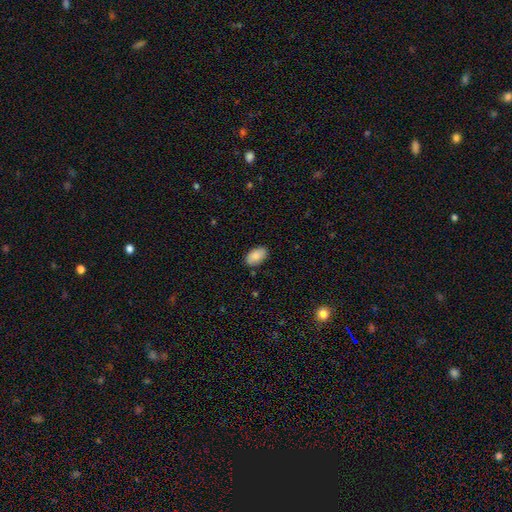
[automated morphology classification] Overall: smooth (87%). How rounded: in between (94%). Merging: none (85%).